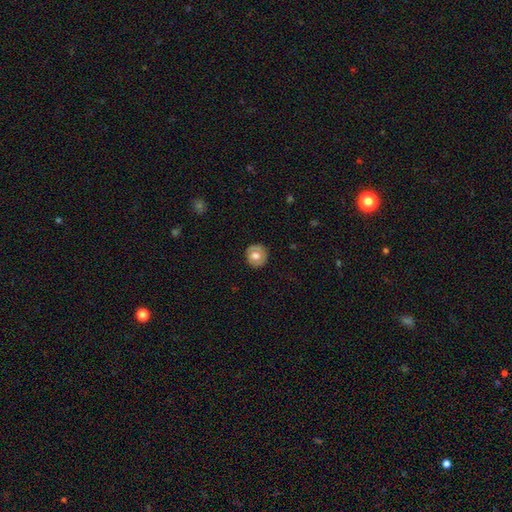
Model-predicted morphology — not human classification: smooth_or_featured: smooth (p=0.68) [alt: featured or disk p=0.25]
how_rounded: round (p=0.90) [alt: in between p=0.09]
merging: none (p=0.85) [alt: minor disturbance p=0.11]